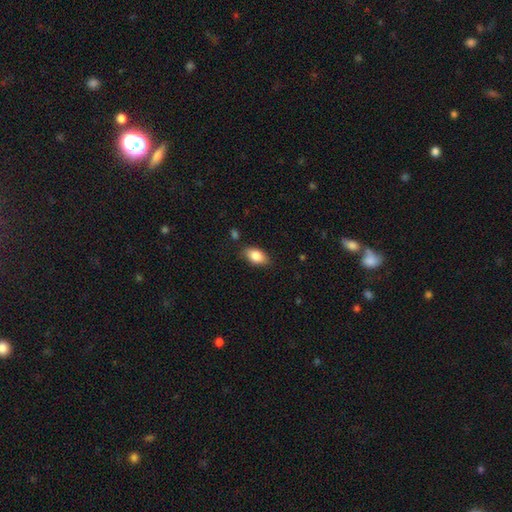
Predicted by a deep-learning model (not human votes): Q: Smooth or featured?
A: smooth (83%); runner-up: featured or disk (10%)
Q: How rounded?
A: in between (90%); runner-up: round (6%)
Q: Merging?
A: none (82%); runner-up: minor disturbance (13%)